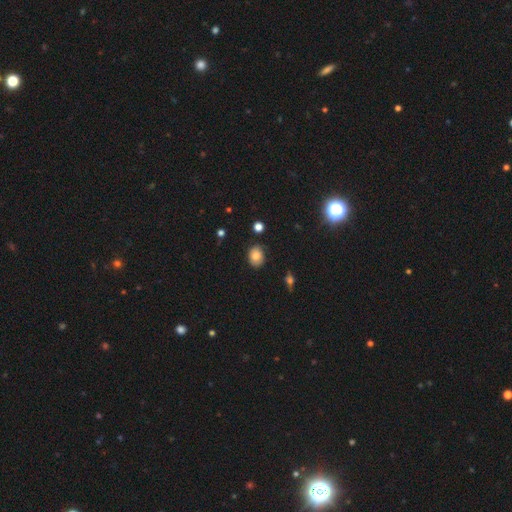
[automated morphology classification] This appears to be a smooth galaxy with no disk features (80%) that is in between round and cigar-shaped (62%). Merging: none (79%).